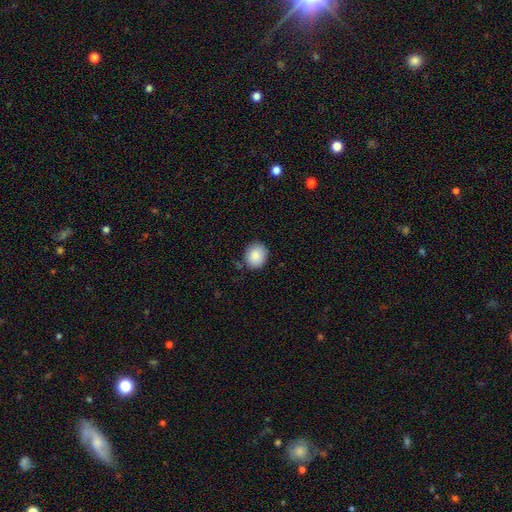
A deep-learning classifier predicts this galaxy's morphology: Smooth or featured: smooth — 87% (star or artifact — 8%)
How rounded: round — 69% (in between — 30%)
Merging: none — 82% (minor disturbance — 13%)